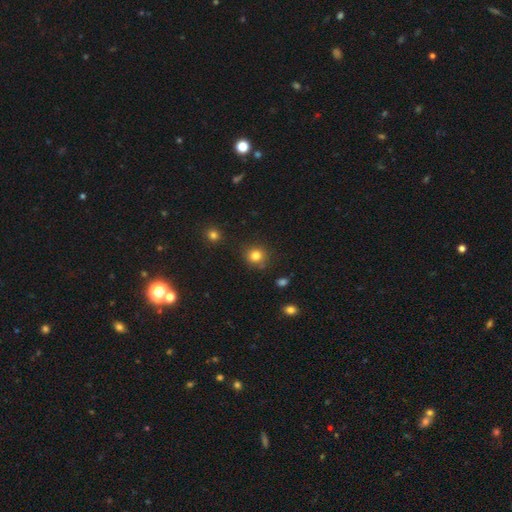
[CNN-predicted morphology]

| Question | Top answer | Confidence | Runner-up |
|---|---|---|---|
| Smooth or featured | smooth | 82% | star or artifact (12%) |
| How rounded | round | 87% | in between (12%) |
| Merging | none | 82% | minor disturbance (11%) |